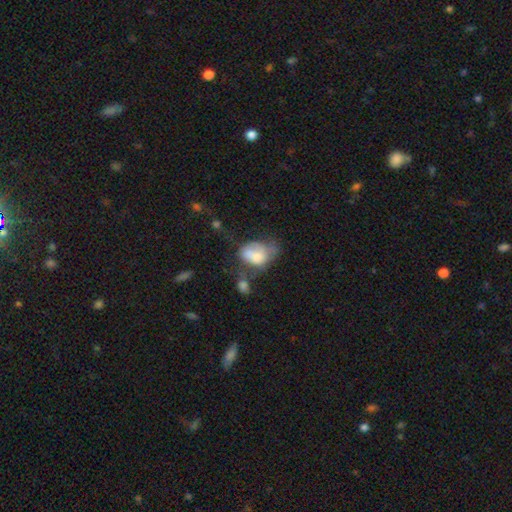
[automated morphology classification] smooth 64%, featured or disk 27%, star or artifact 9%. Down the decision tree: how rounded — in between (75%); merging — major disturbance (30%).